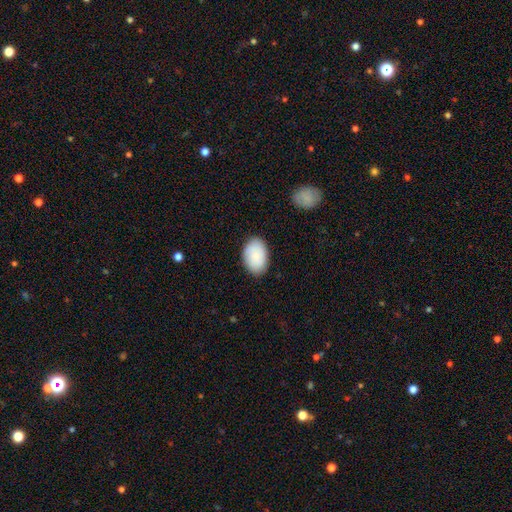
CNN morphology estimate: smooth_or_featured: smooth (p=0.87) [alt: featured or disk p=0.07]
how_rounded: in between (p=0.88) [alt: round p=0.11]
merging: none (p=0.86) [alt: minor disturbance p=0.11]